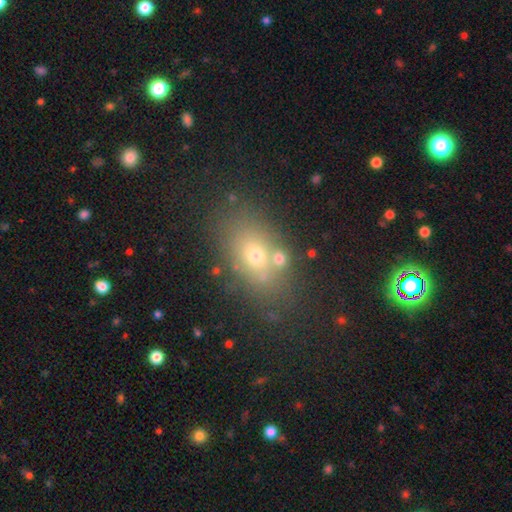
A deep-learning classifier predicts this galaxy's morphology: Smooth or featured? smooth (62%)
How rounded? in between (74%)
Merging? none (71%)